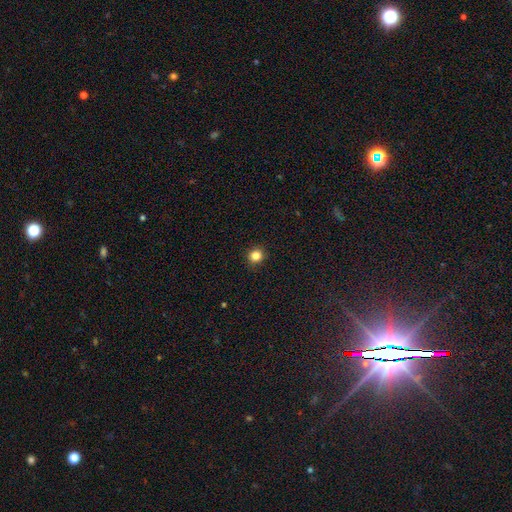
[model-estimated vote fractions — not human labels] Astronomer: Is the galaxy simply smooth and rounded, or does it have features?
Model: smooth — 84%.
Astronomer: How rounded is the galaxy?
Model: round — 92%.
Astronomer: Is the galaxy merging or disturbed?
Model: none — 92%.